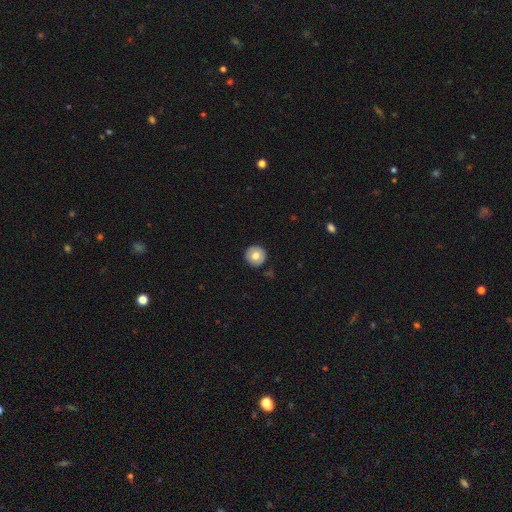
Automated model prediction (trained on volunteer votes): Smooth or featured? Predicted: smooth (p=0.71). How rounded? Predicted: round (p=0.95). Merging? Predicted: none (p=0.91).